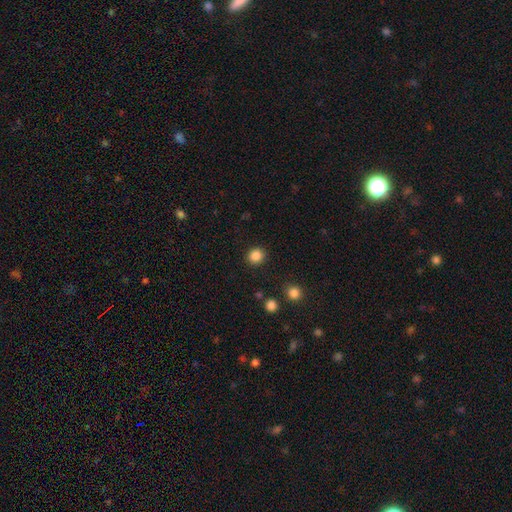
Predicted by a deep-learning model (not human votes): Smooth or featured?
  - smooth: 86% *
  - star or artifact: 10%
  - featured or disk: 3%
How rounded?
  - round: 83% *
  - in between: 16%
  - cigar-shaped: 1%
Merging?
  - none: 90% *
  - minor disturbance: 6%
  - major disturbance: 2%
  - merger: 1%